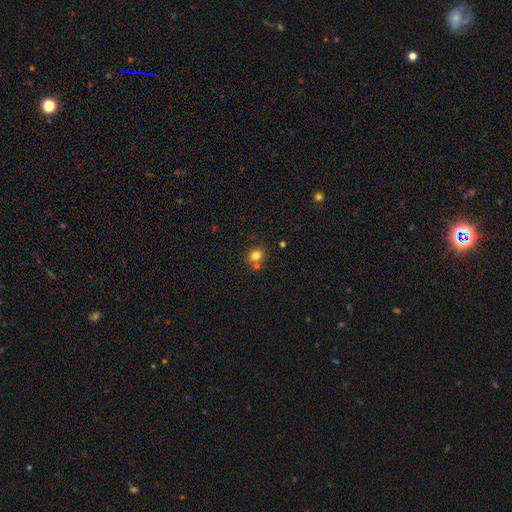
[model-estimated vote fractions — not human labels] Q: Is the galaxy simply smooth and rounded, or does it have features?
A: smooth — 80%.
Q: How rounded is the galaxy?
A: round — 70%.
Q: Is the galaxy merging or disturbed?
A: none — 65%.